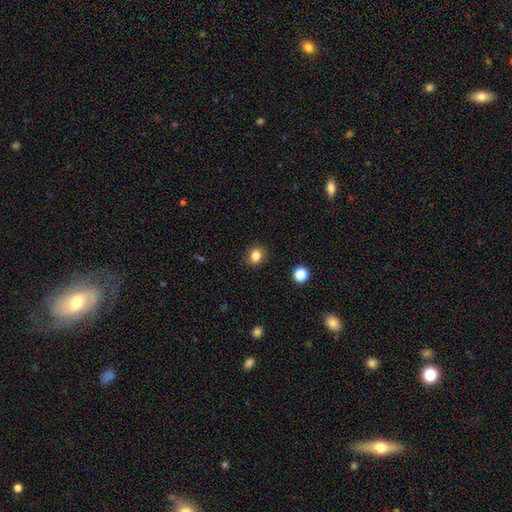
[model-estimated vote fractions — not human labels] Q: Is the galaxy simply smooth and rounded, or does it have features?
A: smooth — 84%.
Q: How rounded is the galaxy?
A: round — 70%.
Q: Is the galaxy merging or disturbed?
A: none — 88%.